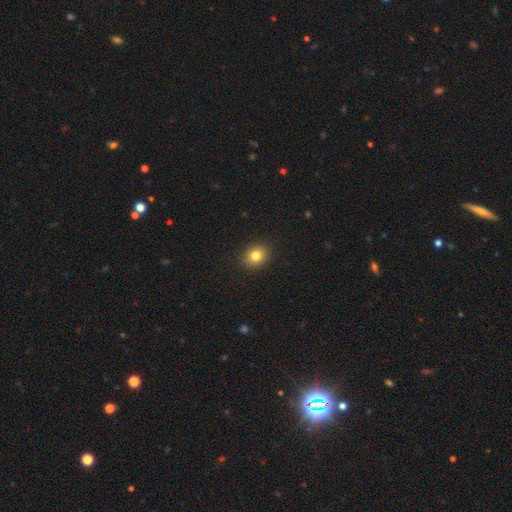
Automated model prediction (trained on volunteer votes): smooth-or-featured: smooth: 81% | star or artifact: 11% | featured or disk: 8%
  how-rounded: round: 68% | in between: 31% | cigar-shaped: 1%
  merging: none: 91% | minor disturbance: 6% | major disturbance: 2% | merger: 1%